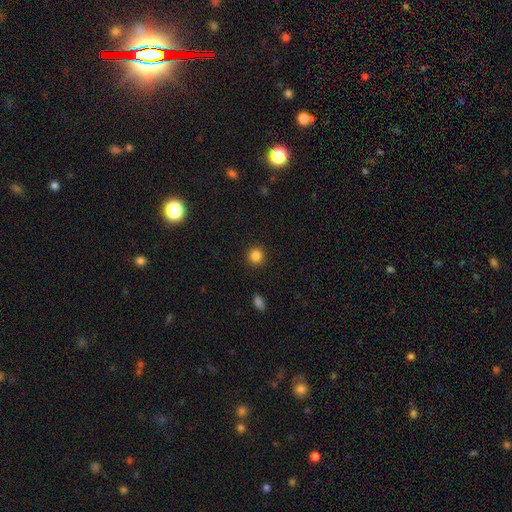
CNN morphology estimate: The model was most divided on "smooth or featured": smooth: 85%, star or artifact: 11%, featured or disk: 4%. More confident: how rounded — round (94%); merging — none (92%).